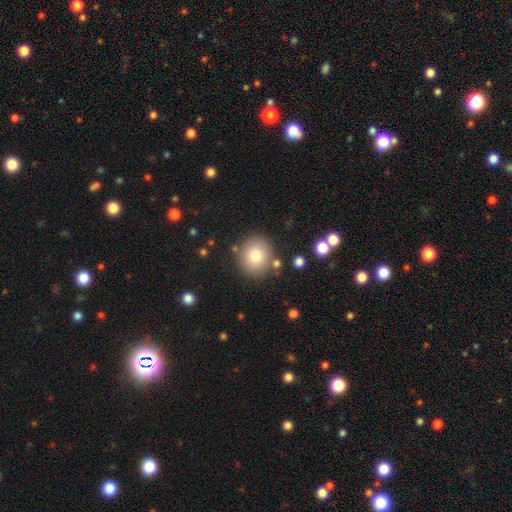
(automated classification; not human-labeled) This is likely a smooth galaxy (78%). How rounded: clearly round (81%). Merging: clearly none (83%).